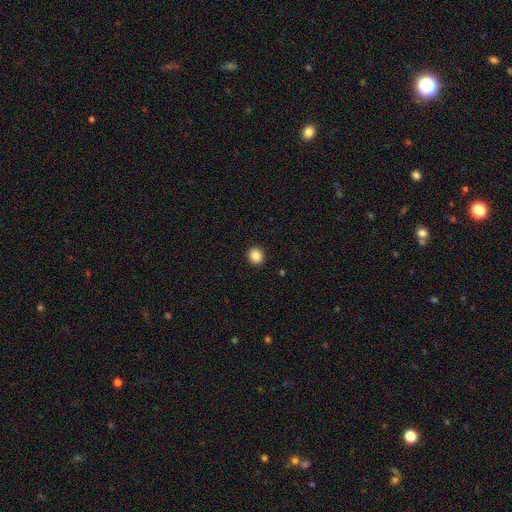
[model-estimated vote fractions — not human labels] A smooth galaxy with no disk features (87%) that is round (76%). Merging: none (92%).